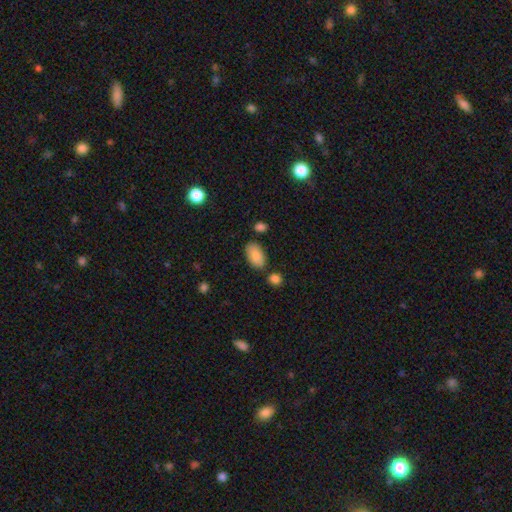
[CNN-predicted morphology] Smooth or featured? smooth (86%)
How rounded? in between (94%)
Merging? none (78%)